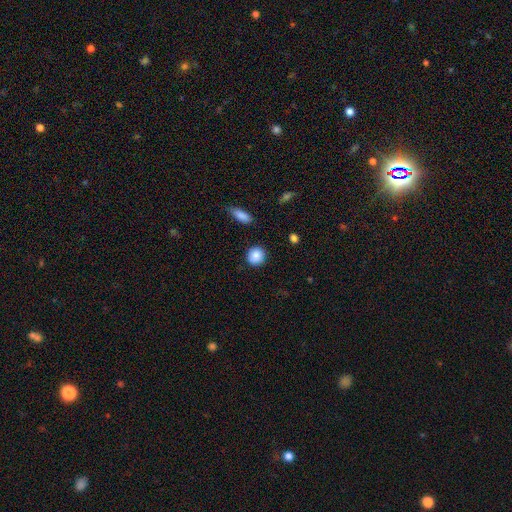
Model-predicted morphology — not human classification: Smooth or featured? smooth (88%)
How rounded? round (88%)
Merging? none (89%)